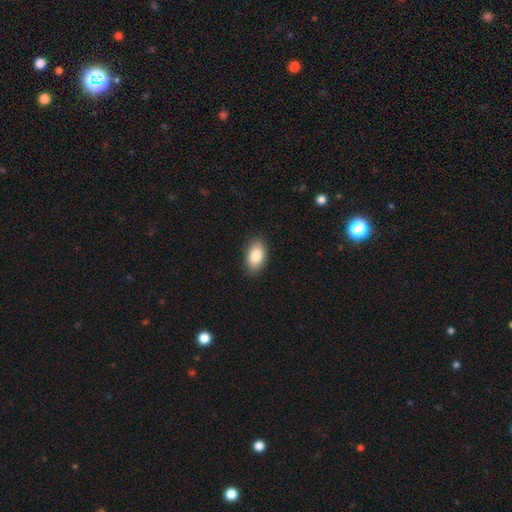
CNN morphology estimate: smooth 86%, featured or disk 7%, star or artifact 7%. Down the decision tree: how rounded — in between (93%); merging — none (88%).